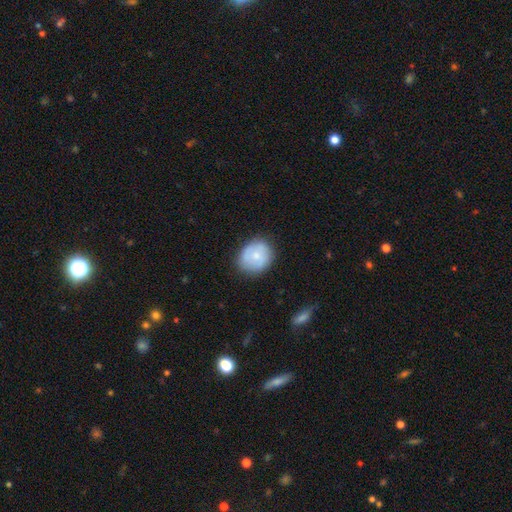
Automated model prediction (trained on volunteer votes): Smooth or featured?
  - smooth: 69% *
  - featured or disk: 24%
  - star or artifact: 7%
How rounded?
  - round: 73% *
  - in between: 26%
  - cigar-shaped: 1%
Merging?
  - none: 78% *
  - minor disturbance: 16%
  - major disturbance: 4%
  - merger: 2%